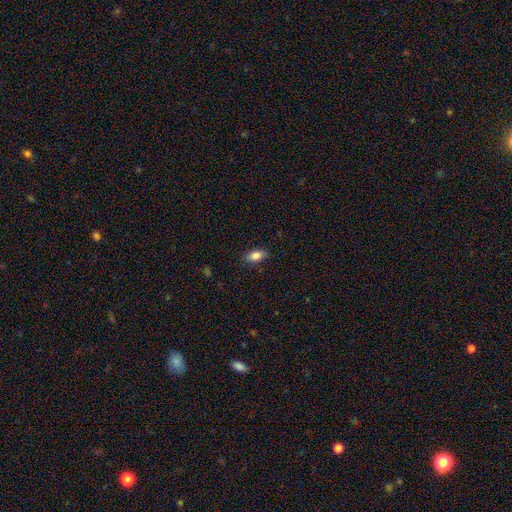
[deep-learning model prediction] Smooth or featured: smooth — 86% (star or artifact — 8%)
How rounded: in between — 89% (cigar-shaped — 7%)
Merging: none — 86% (minor disturbance — 10%)